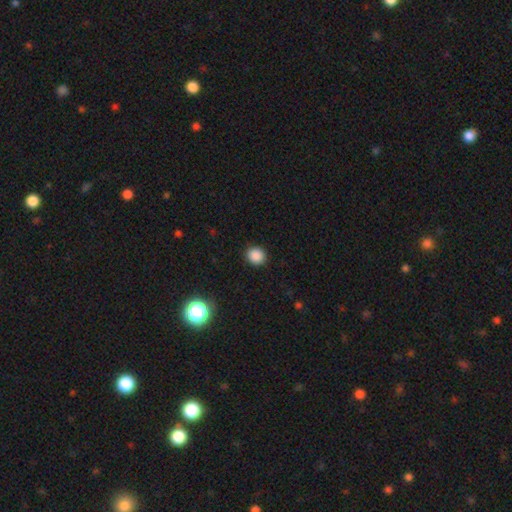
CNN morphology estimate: smooth-or-featured: smooth: 87% | star or artifact: 10% | featured or disk: 3%
  how-rounded: round: 85% | in between: 14% | cigar-shaped: 1%
  merging: none: 91% | minor disturbance: 6% | major disturbance: 2% | merger: 1%